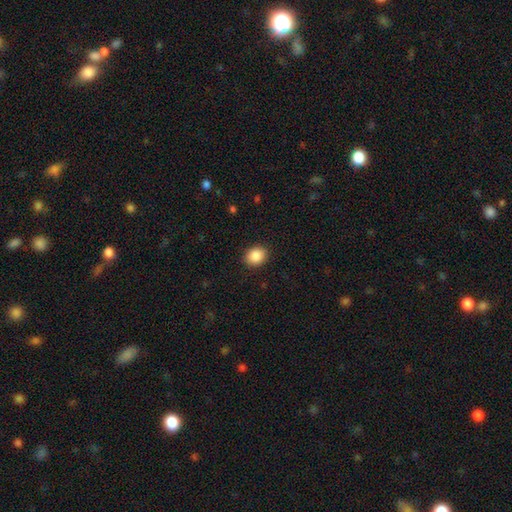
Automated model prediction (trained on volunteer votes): The model was most divided on "how rounded": in between: 51%, round: 48%, cigar-shaped: 1%. More confident: merging — none (90%); smooth or featured — smooth (88%).